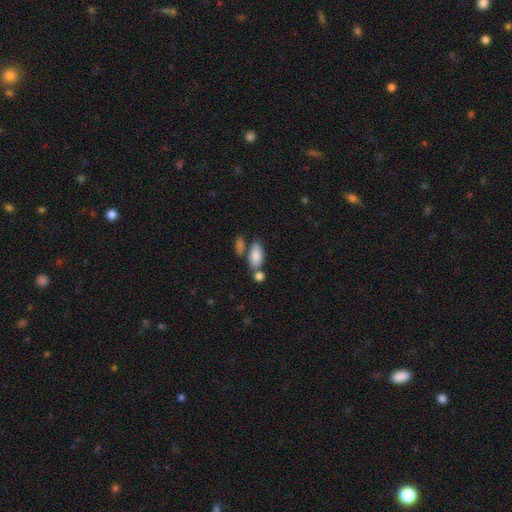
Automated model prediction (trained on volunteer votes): Smooth or featured?
  - smooth: 84% *
  - featured or disk: 9%
  - star or artifact: 7%
How rounded?
  - in between: 89% *
  - cigar-shaped: 7%
  - round: 4%
Merging?
  - none: 55% *
  - merger: 26%
  - minor disturbance: 14%
  - major disturbance: 5%